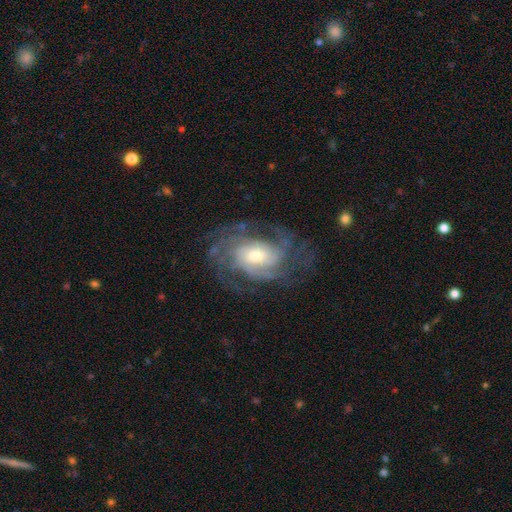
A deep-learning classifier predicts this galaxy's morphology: Smooth or featured?
  - featured or disk: 87% *
  - smooth: 8%
  - star or artifact: 6%
Edge-on disk?
  - no: 97% *
  - yes: 3%
Bar?
  - no: 60% *
  - weak: 31%
  - strong: 9%
Spiral arms?
  - yes: 96% *
  - no: 4%
Spiral winding?
  - tight: 51% *
  - medium: 38%
  - loose: 11%
Spiral arm count?
  - can't tell: 27% *
  - 3: 24%
  - 4: 20%
  - 2: 15%
  - more than 4: 7%
  - 1: 6%
Bulge size?
  - moderate: 46% *
  - small: 40%
  - large: 11%
  - none: 2%
  - dominant: 1%
Merging?
  - none: 68% *
  - minor disturbance: 17%
  - major disturbance: 14%
  - merger: 1%